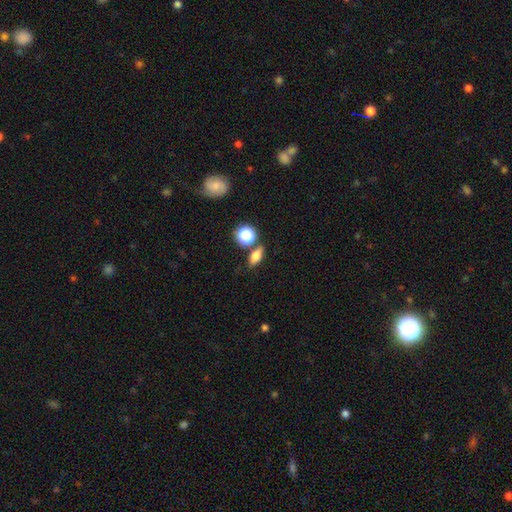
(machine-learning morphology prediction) Smooth or featured?
  - smooth: 74% *
  - featured or disk: 13%
  - star or artifact: 12%
How rounded?
  - in between: 68% *
  - round: 20%
  - cigar-shaped: 12%
Merging?
  - none: 72% *
  - merger: 13%
  - minor disturbance: 12%
  - major disturbance: 4%